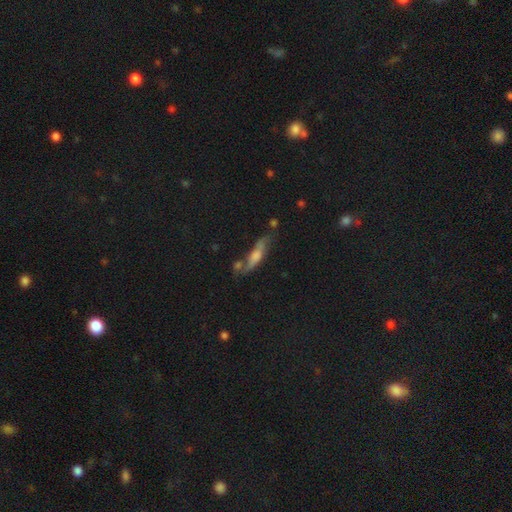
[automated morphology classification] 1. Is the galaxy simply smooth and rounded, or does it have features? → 53% featured or disk, 38% smooth, 9% star or artifact.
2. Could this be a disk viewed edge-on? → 69% yes, 31% no.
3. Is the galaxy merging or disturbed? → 57% none, 22% minor disturbance, 11% merger, 10% major disturbance.